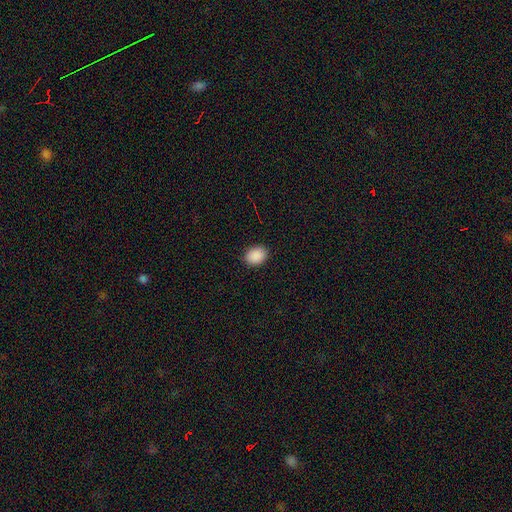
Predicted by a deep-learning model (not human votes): The model was most divided on "how rounded": in between: 69%, round: 30%, cigar-shaped: 1%. More confident: smooth or featured — smooth (90%); merging — none (89%).